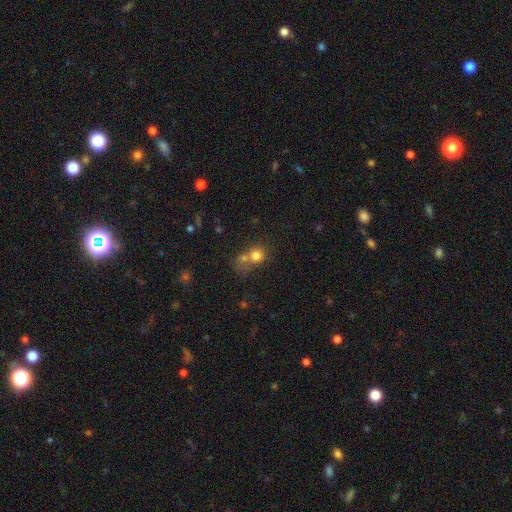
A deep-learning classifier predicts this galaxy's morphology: The model was most divided on "merging": merger: 50%, none: 35%, minor disturbance: 9%, major disturbance: 6%. More confident: how rounded — round (82%); smooth or featured — smooth (77%).